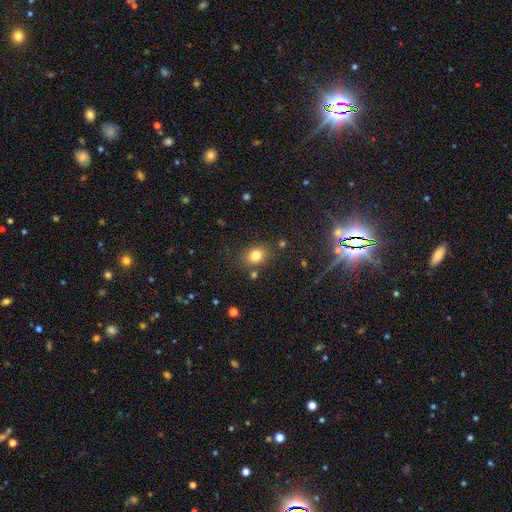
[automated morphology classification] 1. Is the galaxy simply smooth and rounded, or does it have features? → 79% smooth, 13% star or artifact, 9% featured or disk.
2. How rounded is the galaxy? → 57% in between, 42% round, 1% cigar-shaped.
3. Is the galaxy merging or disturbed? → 77% none, 13% minor disturbance, 6% merger, 4% major disturbance.